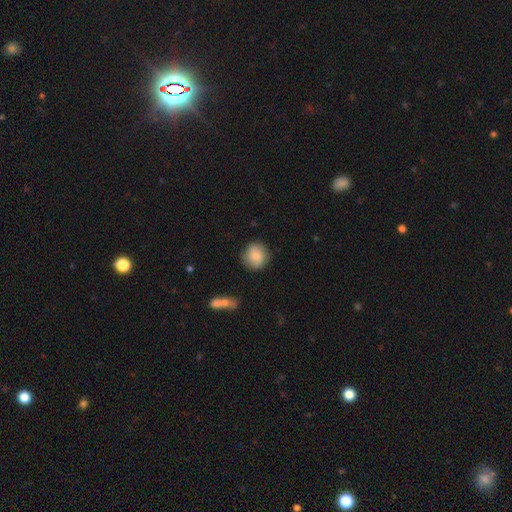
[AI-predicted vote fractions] Smooth or featured? smooth (85%)
How rounded? round (88%)
Merging? none (84%)